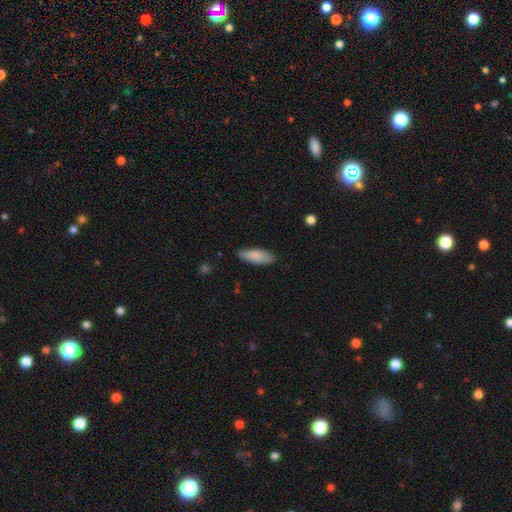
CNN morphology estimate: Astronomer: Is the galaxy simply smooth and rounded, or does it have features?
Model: smooth — 86%.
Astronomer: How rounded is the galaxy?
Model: in between — 66%.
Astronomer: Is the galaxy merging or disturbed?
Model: none — 83%.